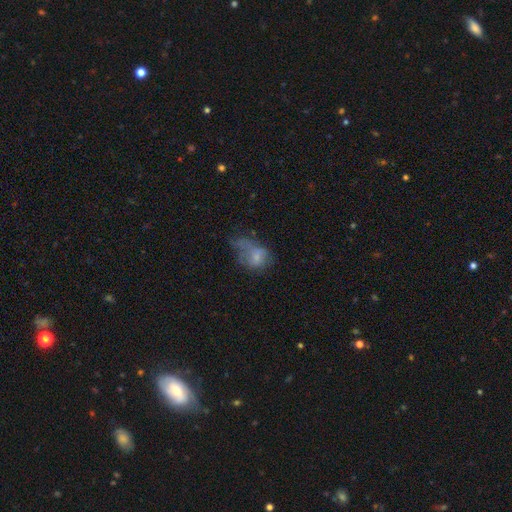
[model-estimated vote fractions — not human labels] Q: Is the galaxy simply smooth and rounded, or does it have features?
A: smooth — 54%.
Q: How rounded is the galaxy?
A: in between — 72%.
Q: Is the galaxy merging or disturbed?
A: major disturbance — 45%.